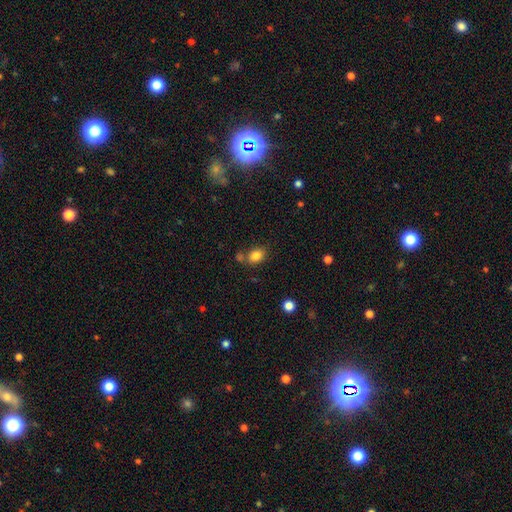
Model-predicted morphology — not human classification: type=smooth (84%); roundness=in between (68%); merging=none (66%).